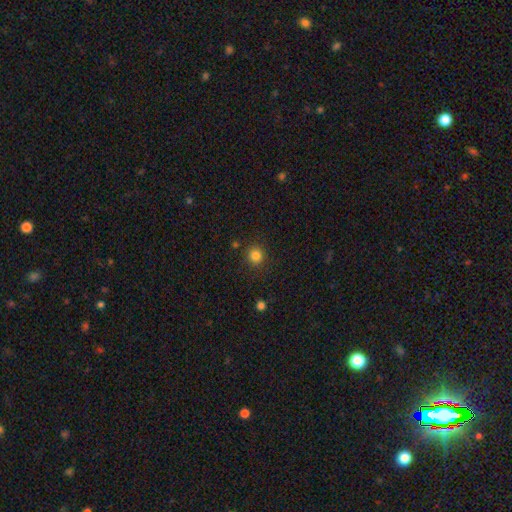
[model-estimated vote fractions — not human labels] Smooth or featured?
  - smooth: 83% *
  - star or artifact: 12%
  - featured or disk: 4%
How rounded?
  - round: 92% *
  - in between: 7%
  - cigar-shaped: 1%
Merging?
  - none: 89% *
  - minor disturbance: 7%
  - major disturbance: 2%
  - merger: 2%